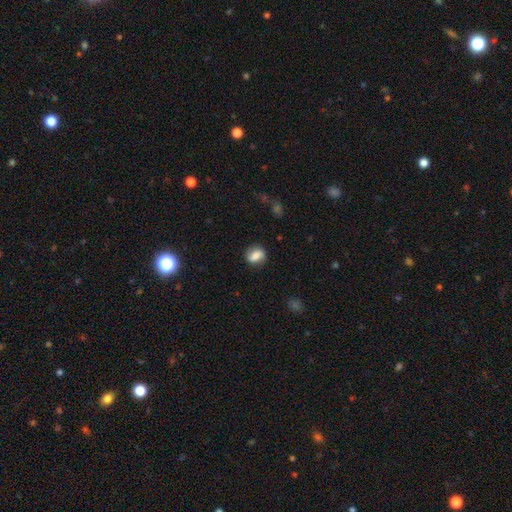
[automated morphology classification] smooth-or-featured: smooth: 60% | featured or disk: 31% | star or artifact: 9%
  how-rounded: in between: 49% | round: 48% | cigar-shaped: 3%
  merging: none: 77% | minor disturbance: 16% | major disturbance: 5% | merger: 2%